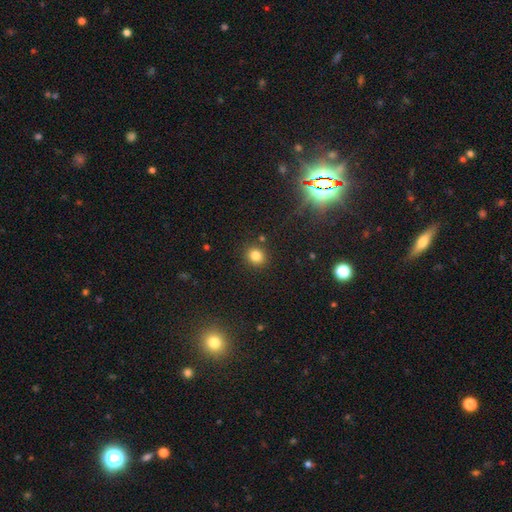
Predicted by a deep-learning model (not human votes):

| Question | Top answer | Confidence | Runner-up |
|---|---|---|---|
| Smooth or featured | smooth | 82% | star or artifact (13%) |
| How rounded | round | 79% | in between (20%) |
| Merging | none | 86% | minor disturbance (8%) |